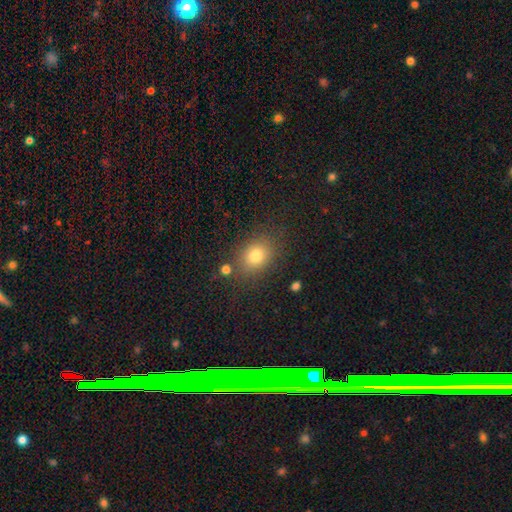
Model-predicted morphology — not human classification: Overall: smooth (78%). How rounded: in between (53%; round 45%). Merging: none (80%).